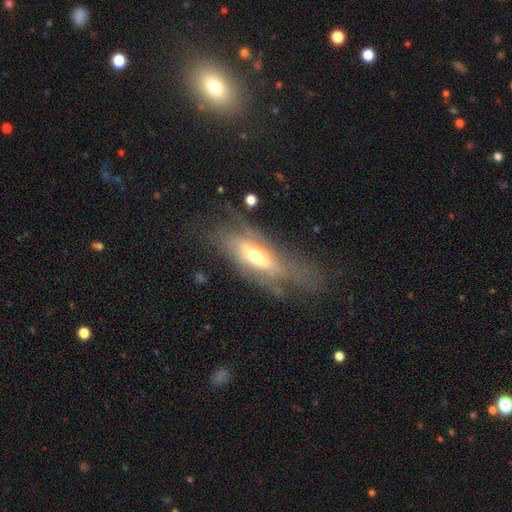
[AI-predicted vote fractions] The model was most divided on "edge-on disk": no: 61%, yes: 39%. Remaining: smooth or featured — featured or disk (65%); merging — none (48%).